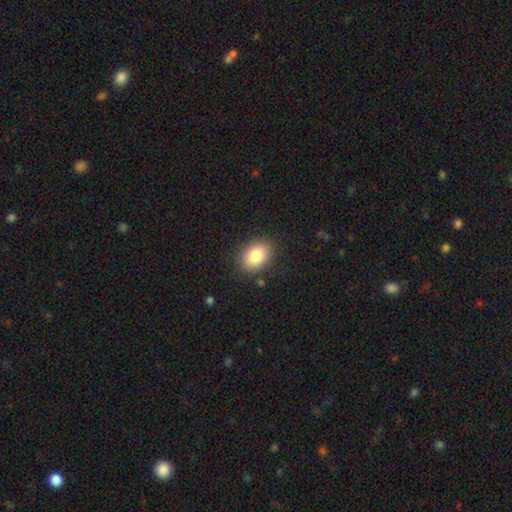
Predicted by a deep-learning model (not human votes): Q: Smooth or featured?
A: smooth (84%); runner-up: featured or disk (8%)
Q: How rounded?
A: in between (79%); runner-up: round (20%)
Q: Merging?
A: none (86%); runner-up: minor disturbance (10%)